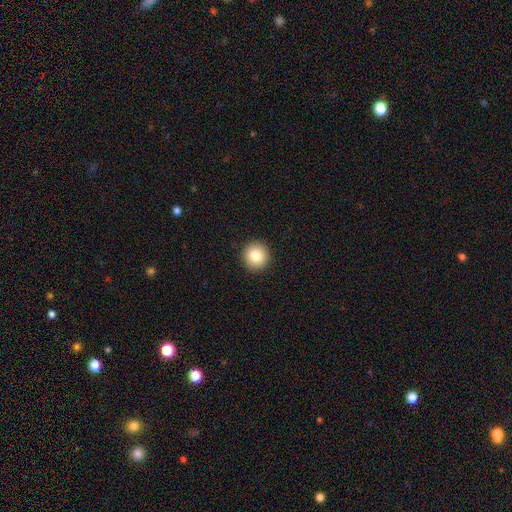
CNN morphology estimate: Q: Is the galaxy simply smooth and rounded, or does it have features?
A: smooth — 82%.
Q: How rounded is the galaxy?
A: round — 95%.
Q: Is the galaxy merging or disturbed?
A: none — 93%.